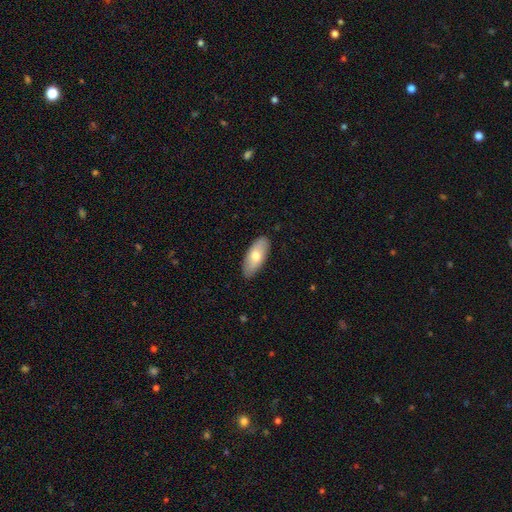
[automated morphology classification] type=smooth (70%); roundness=in between (85%); merging=none (87%).